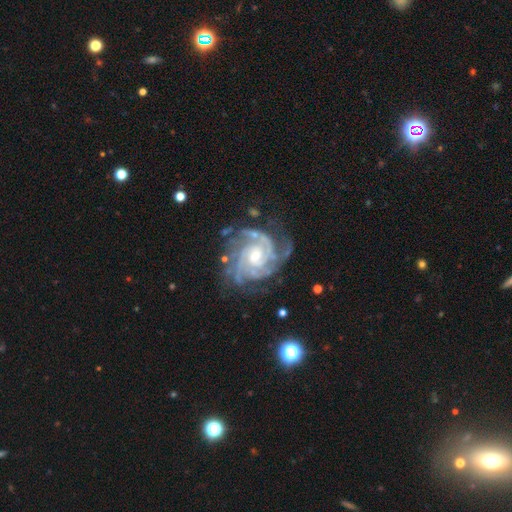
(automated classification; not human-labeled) A featured or disk galaxy (93%) with no bar (64%), 3 (32%) tight (71%) spiral arms (99%) and a small central bulge (49%).

Vote fractions:
- Smooth or featured? featured or disk: 93% / star or artifact: 5% / smooth: 3%
- Edge-on disk? no: 98% / yes: 2%
- Bar? no: 64% / weak: 28% / strong: 9%
- Spiral arms? yes: 99% / no: 1%
- Spiral winding? tight: 71% / medium: 26% / loose: 3%
- Spiral arm count? 3: 32% / 4: 27% / 2: 13% / can't tell: 13% / more than 4: 8% / 1: 7%
- Bulge size? small: 49% / moderate: 47% / large: 2% / none: 1% / dominant: 1%
- Merging? none: 71% / minor disturbance: 19% / major disturbance: 8% / merger: 2%